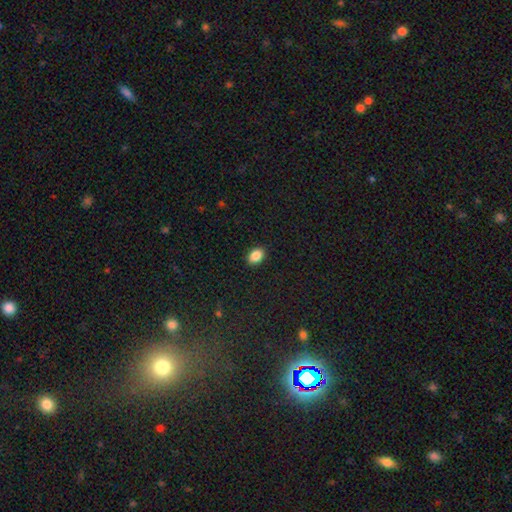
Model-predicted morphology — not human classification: smooth-or-featured: smooth: 88% | star or artifact: 8% | featured or disk: 4%
  how-rounded: in between: 81% | round: 18% | cigar-shaped: 1%
  merging: none: 90% | minor disturbance: 7% | major disturbance: 2% | merger: 1%